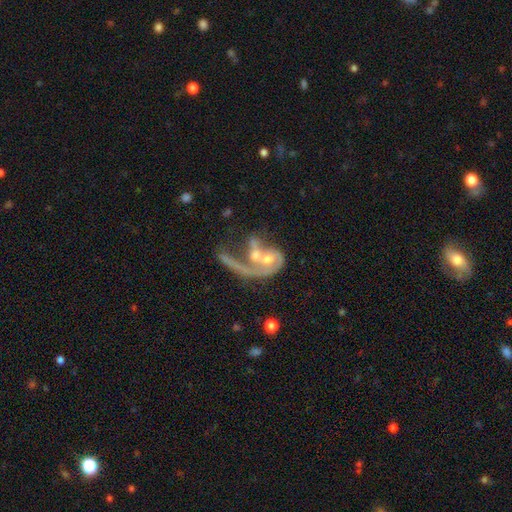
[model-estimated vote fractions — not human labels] This appears to be a featured or disk galaxy (69%) with no bar (72%), spiral arms (62%) and a moderate central bulge (56%). Merging: merger (59%).